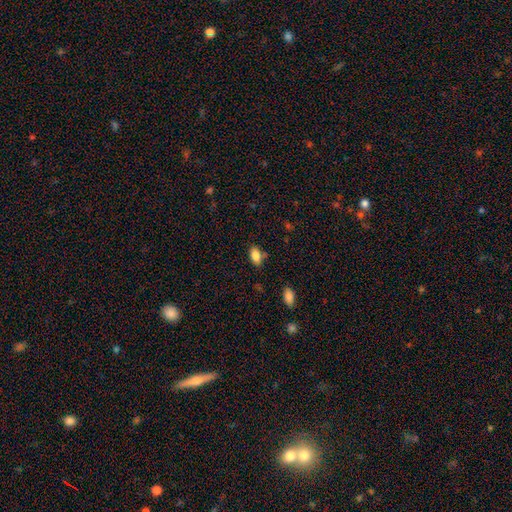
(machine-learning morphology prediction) This appears to be a smooth galaxy with no disk features (85%) that is in between round and cigar-shaped (91%). Merging: none (75%).